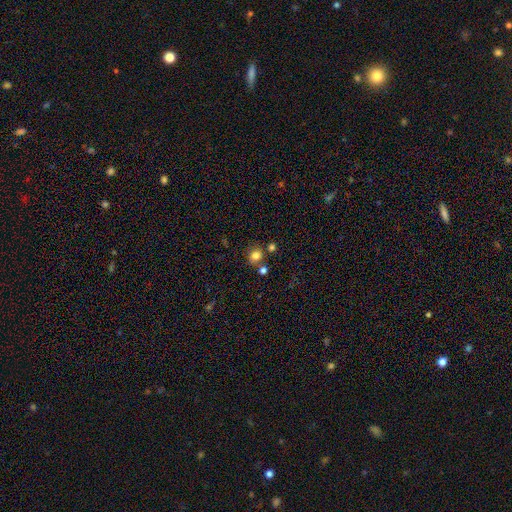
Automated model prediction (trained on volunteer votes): Morphology: type=smooth (80%); roundness=round (75%); merging=none (73%).